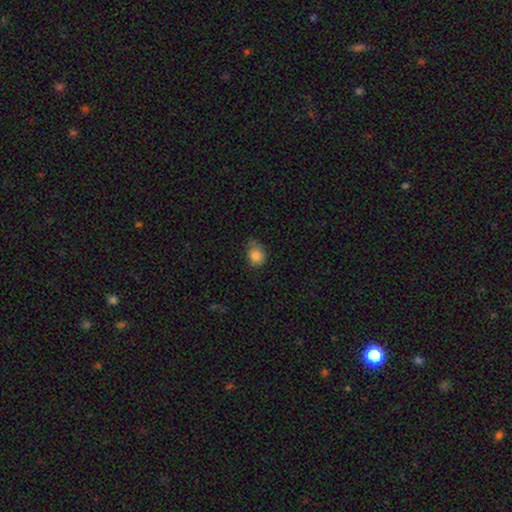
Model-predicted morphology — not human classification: Q: Smooth or featured?
A: smooth (83%); runner-up: star or artifact (10%)
Q: How rounded?
A: round (64%); runner-up: in between (35%)
Q: Merging?
A: none (56%); runner-up: minor disturbance (34%)